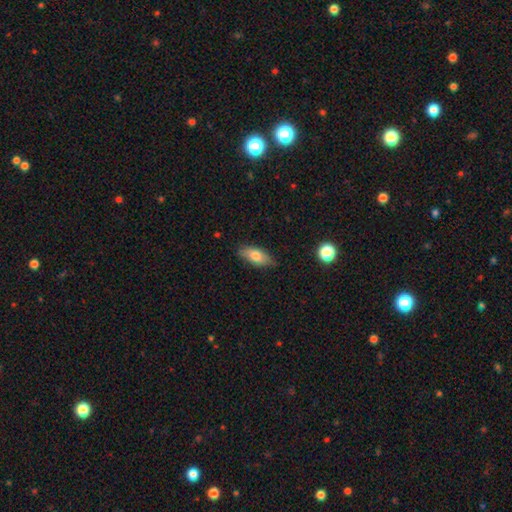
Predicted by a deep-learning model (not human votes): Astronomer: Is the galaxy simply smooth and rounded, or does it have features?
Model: smooth — 75%.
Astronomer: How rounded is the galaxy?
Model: in between — 83%.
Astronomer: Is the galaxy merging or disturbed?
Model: none — 77%.